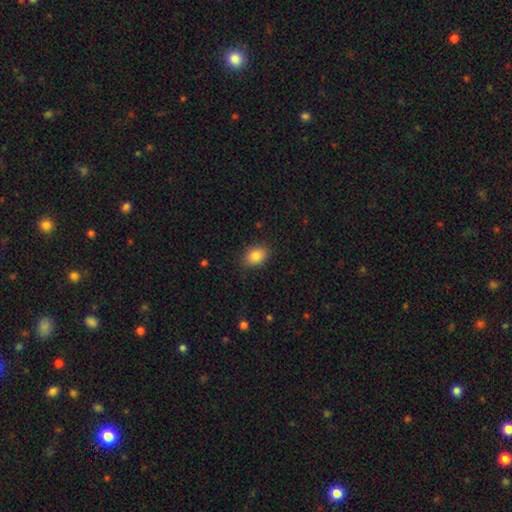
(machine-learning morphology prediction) smooth 85%, star or artifact 9%, featured or disk 6%. Down the decision tree: how rounded — in between (75%); merging — none (86%).